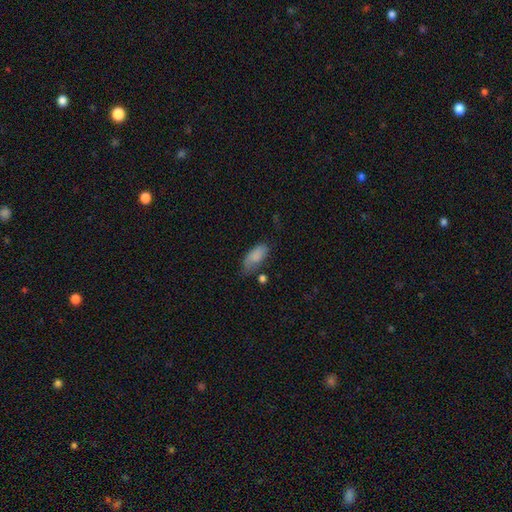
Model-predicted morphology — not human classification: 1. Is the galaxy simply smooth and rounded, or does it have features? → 82% smooth, 9% featured or disk, 8% star or artifact.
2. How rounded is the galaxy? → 89% in between, 8% cigar-shaped, 3% round.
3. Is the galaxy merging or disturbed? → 50% none, 32% minor disturbance, 12% major disturbance, 6% merger.